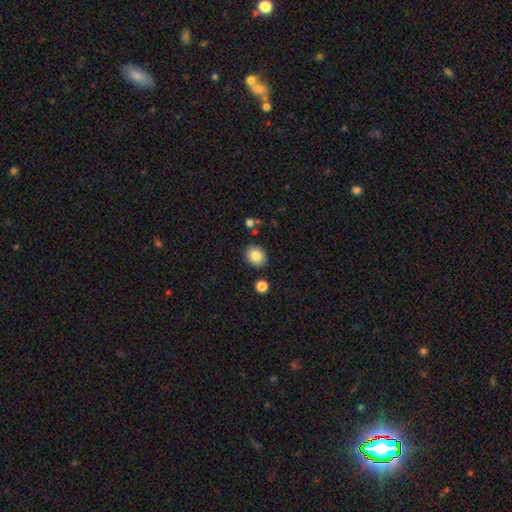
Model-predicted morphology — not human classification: Smooth or featured? smooth (84%)
How rounded? round (55%)
Merging? none (85%)